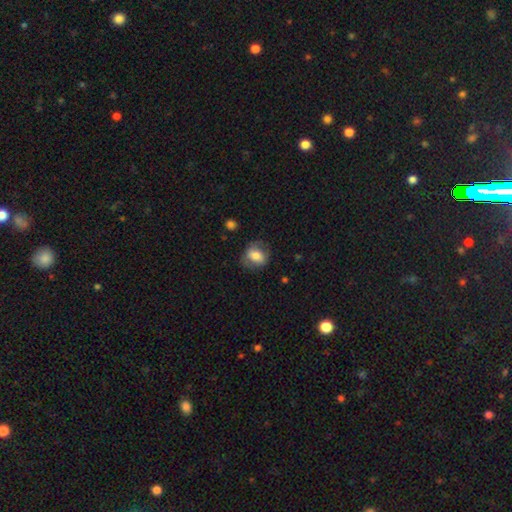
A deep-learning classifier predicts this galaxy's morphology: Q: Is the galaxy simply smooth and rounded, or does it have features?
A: smooth — 66%.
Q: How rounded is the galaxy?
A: round — 50%.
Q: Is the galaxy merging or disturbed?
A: none — 70%.